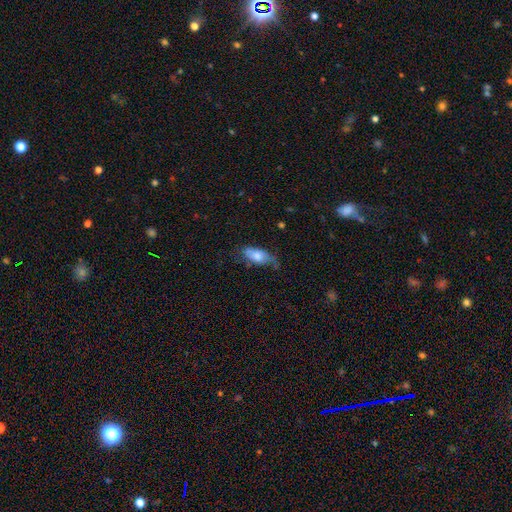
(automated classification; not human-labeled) A smooth galaxy with no disk features (65%) that is in between round and cigar-shaped (84%).

Vote fractions:
- Smooth or featured? smooth: 65% / featured or disk: 28% / star or artifact: 7%
- How rounded? in between: 84% / cigar-shaped: 13% / round: 3%
- Merging? none: 47% / minor disturbance: 34% / major disturbance: 16% / merger: 3%